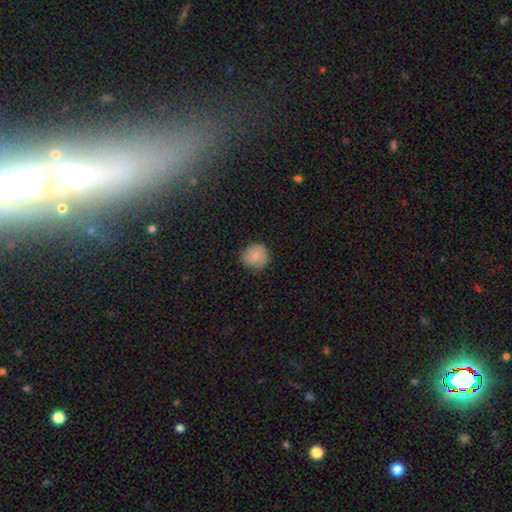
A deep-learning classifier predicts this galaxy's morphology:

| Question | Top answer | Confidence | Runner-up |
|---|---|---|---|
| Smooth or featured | smooth | 80% | featured or disk (12%) |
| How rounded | round | 89% | in between (10%) |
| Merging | none | 73% | minor disturbance (22%) |